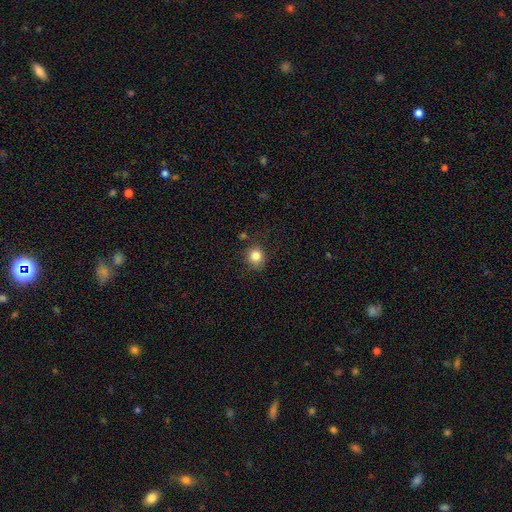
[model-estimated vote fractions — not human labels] Smooth or featured? smooth (83%)
How rounded? round (86%)
Merging? none (81%)